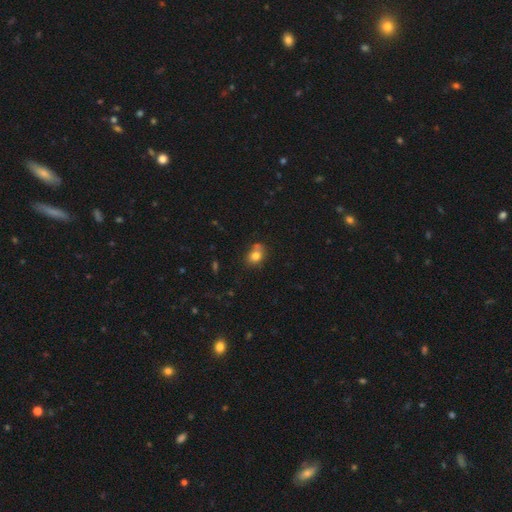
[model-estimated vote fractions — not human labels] This is likely a smooth galaxy (79%). How rounded: possibly in between (51%). Merging: possibly none (55%).